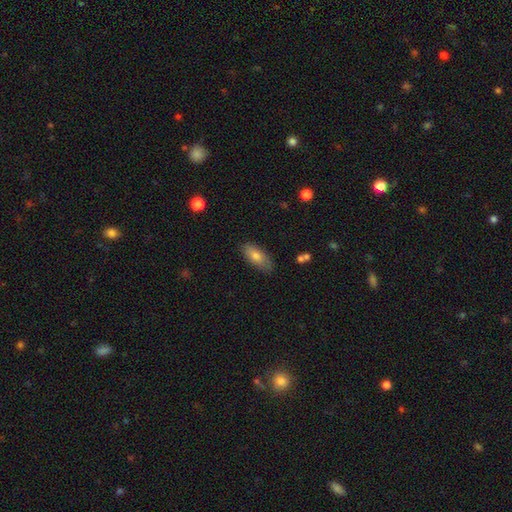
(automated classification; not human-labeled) This appears to be a smooth galaxy with no disk features (76%) that is in between round and cigar-shaped (82%). Merging: none (79%).